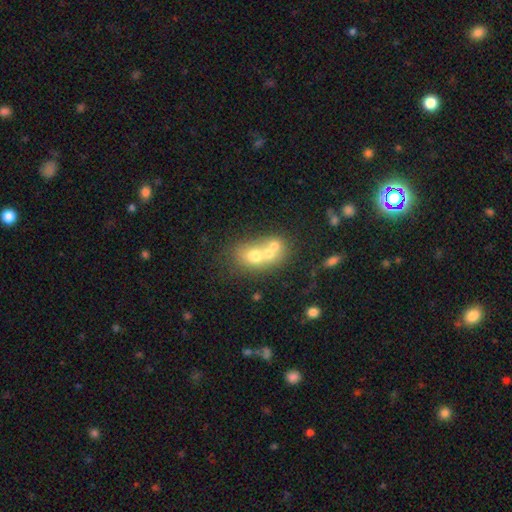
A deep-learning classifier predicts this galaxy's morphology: smooth-or-featured: smooth: 56% | featured or disk: 32% | star or artifact: 12%
  how-rounded: round: 51% | in between: 48% | cigar-shaped: 1%
  merging: merger: 68% | none: 21% | minor disturbance: 7% | major disturbance: 5%